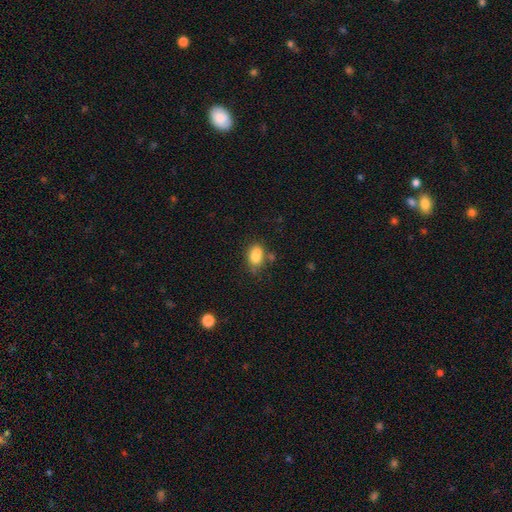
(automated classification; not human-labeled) A smooth galaxy with no disk features (83%) that is in between round and cigar-shaped (82%).

Vote fractions:
- Smooth or featured? smooth: 83% / star or artifact: 9% / featured or disk: 7%
- How rounded? in between: 82% / round: 17% / cigar-shaped: 2%
- Merging? none: 59% / minor disturbance: 22% / merger: 13% / major disturbance: 6%